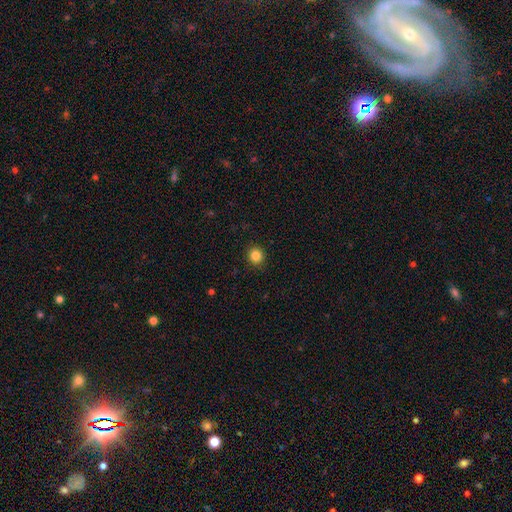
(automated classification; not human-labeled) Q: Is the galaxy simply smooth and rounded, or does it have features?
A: smooth — 85%.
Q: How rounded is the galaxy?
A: round — 89%.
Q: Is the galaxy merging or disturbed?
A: none — 92%.